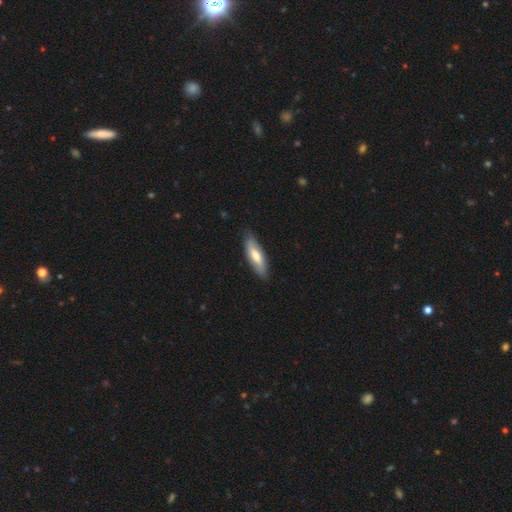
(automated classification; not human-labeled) Smooth or featured: smooth — 61% (featured or disk — 34%)
How rounded: in between — 55% (cigar-shaped — 43%)
Merging: none — 84% (minor disturbance — 13%)